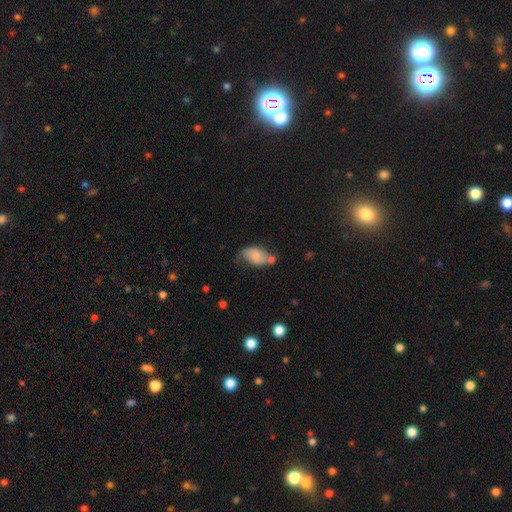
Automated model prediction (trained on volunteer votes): Overall: smooth (61%; featured or disk 32%). How rounded: in between (90%). Merging: none (40%; minor disturbance 31%).